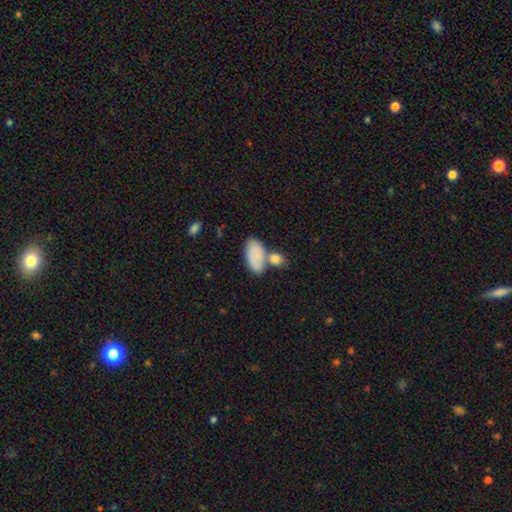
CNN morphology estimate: type=smooth (82%); roundness=in between (93%); merging=none (47%).